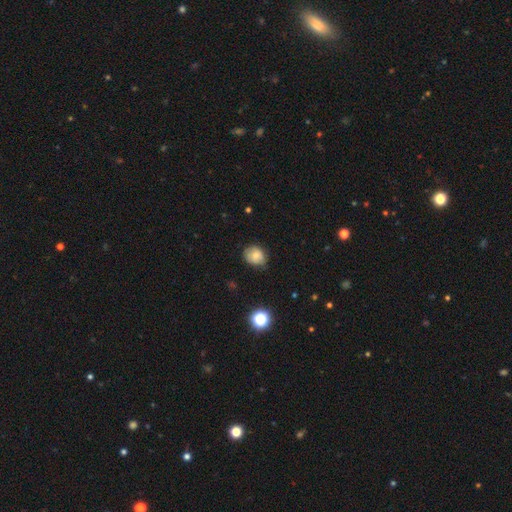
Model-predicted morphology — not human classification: smooth 69%, featured or disk 20%, star or artifact 11%. Down the decision tree: how rounded — round (58%); merging — none (66%).